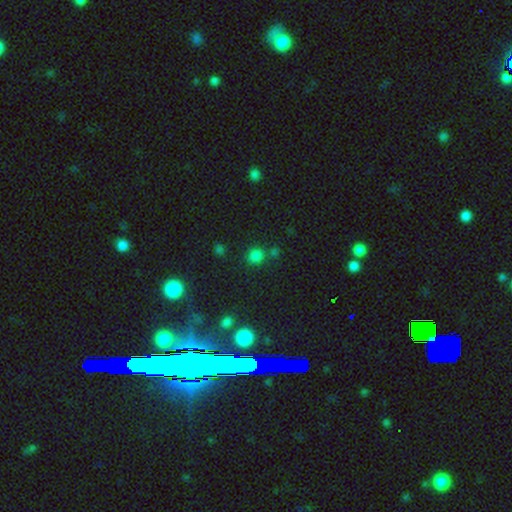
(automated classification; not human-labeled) Smooth or featured: smooth — 73% (star or artifact — 23%)
How rounded: round — 86% (in between — 13%)
Merging: none — 75% (merger — 12%)